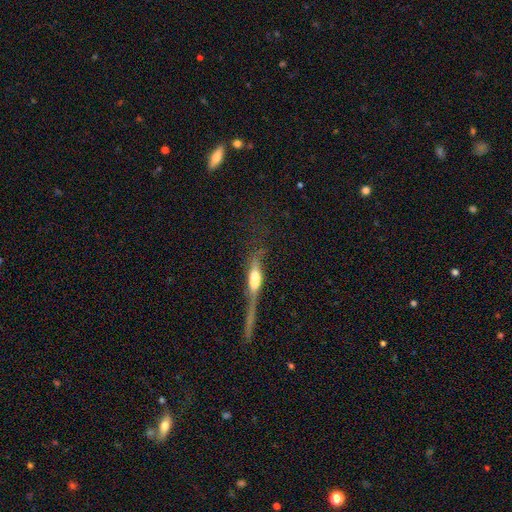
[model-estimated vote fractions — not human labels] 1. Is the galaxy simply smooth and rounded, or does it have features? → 68% featured or disk, 19% smooth, 13% star or artifact.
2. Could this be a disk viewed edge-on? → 88% yes, 12% no.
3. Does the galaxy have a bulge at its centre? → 80% rounded, 11% boxy, 9% none.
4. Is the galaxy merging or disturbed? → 50% none, 22% minor disturbance, 21% major disturbance, 7% merger.